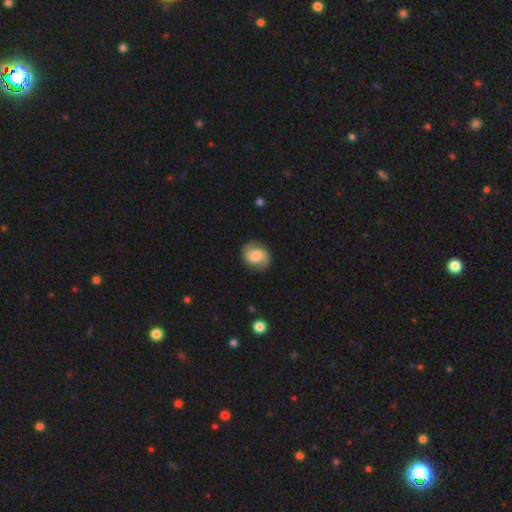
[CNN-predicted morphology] featured or disk 70%, smooth 23%, star or artifact 7%. Down the decision tree: edge-on disk — no (98%); bar — no (51%); spiral arms — yes (95%); spiral arm count — 2 (90%); spiral winding — medium (48%); bulge size — moderate (44%); merging — none (82%).